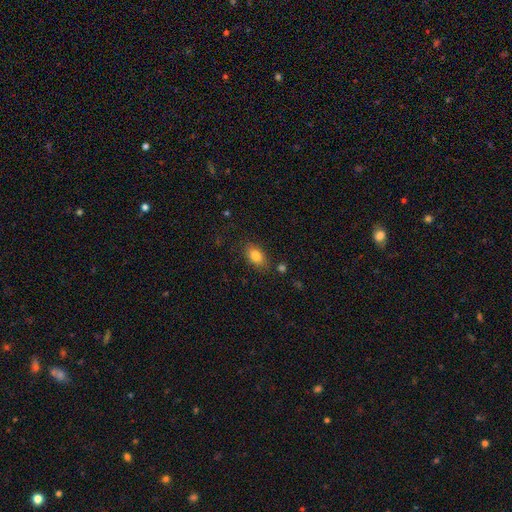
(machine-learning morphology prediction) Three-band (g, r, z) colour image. It shows a smooth galaxy with no disk features (82%) that is in between round and cigar-shaped (86%). Merging: none (81%).